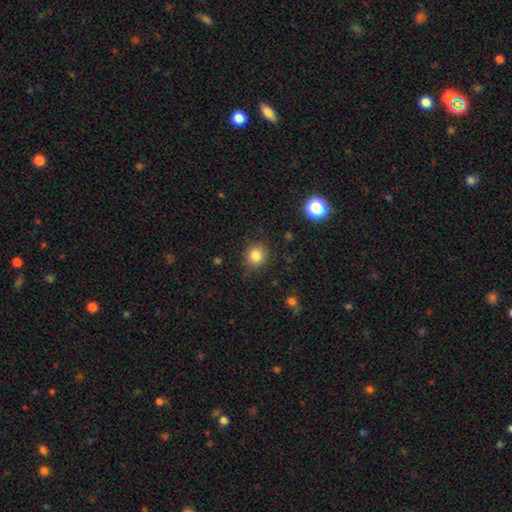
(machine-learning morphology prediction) Smooth or featured? Predicted: smooth (p=0.83). How rounded? Predicted: round (p=0.85). Merging? Predicted: none (p=0.85).